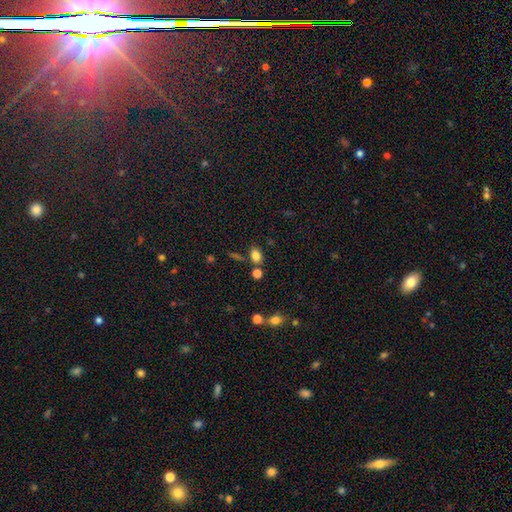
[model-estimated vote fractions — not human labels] A smooth galaxy with no disk features (82%) that is in between round and cigar-shaped (76%). Merging: none (71%).